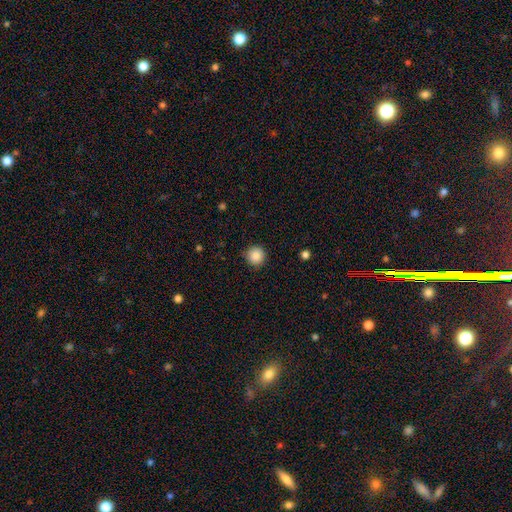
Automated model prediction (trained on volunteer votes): A smooth galaxy with no disk features (88%) that is round (95%). Merging: none (90%).